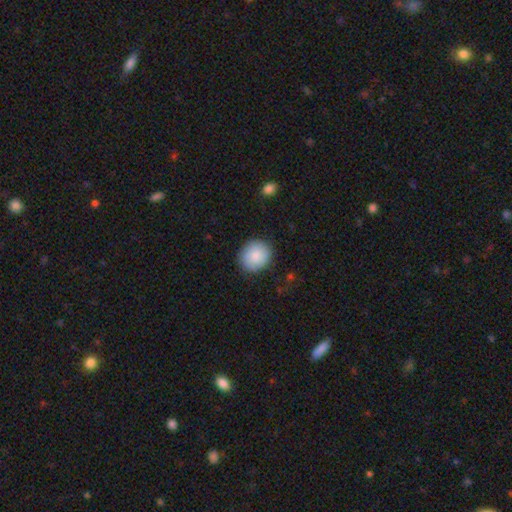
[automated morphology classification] This is clearly a smooth galaxy (88%). How rounded: clearly round (80%). Merging: clearly none (85%).